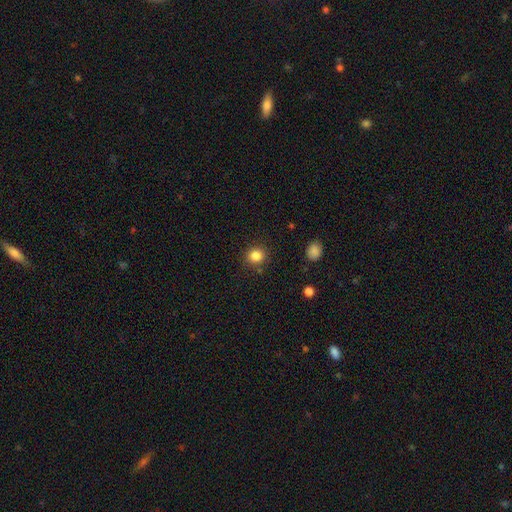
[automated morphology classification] Smooth or featured? smooth (84%)
How rounded? round (87%)
Merging? none (87%)